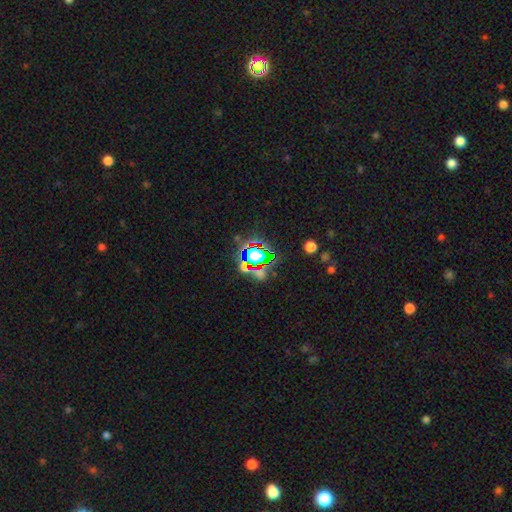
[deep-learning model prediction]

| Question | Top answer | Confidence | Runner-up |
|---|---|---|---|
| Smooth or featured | star or artifact | 69% | smooth (21%) |